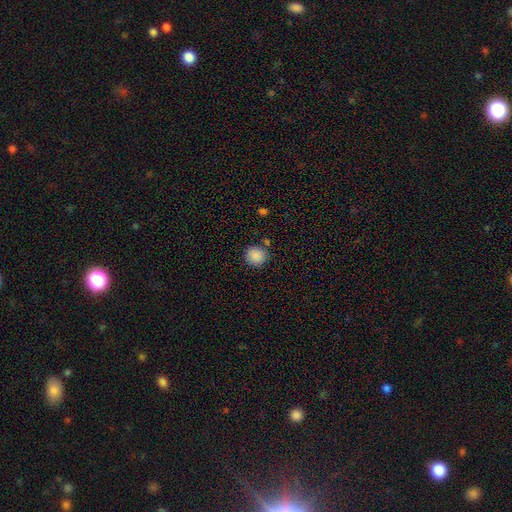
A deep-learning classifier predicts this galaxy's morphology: This appears to be a smooth galaxy with no disk features (88%) that is round (91%). Merging: none (81%).